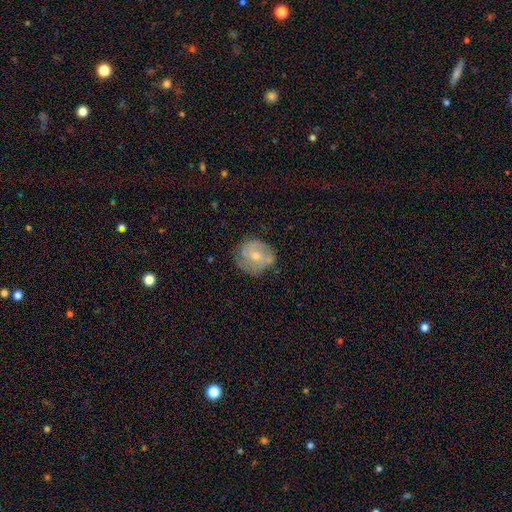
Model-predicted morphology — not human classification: This is likely a featured or disk galaxy (64%). It is clearly not viewed edge-on (97%). Bar: likely no (67%). Spiral arm pattern: likely yes (79%). Central bulge: possibly moderate (49%). Merging: likely none (74%).